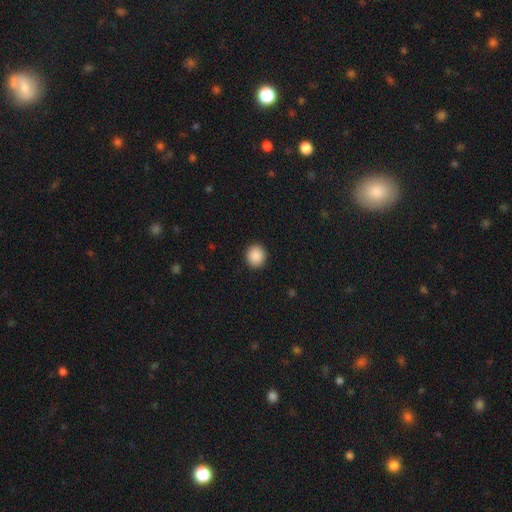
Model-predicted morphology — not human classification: The model was most divided on "how rounded": round: 84%, in between: 15%, cigar-shaped: 1%. More confident: merging — none (92%); smooth or featured — smooth (90%).